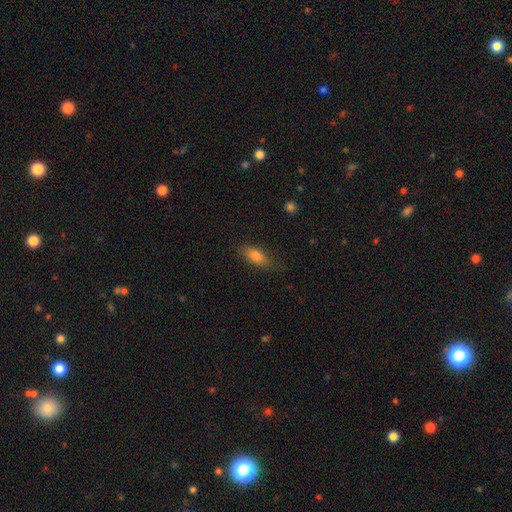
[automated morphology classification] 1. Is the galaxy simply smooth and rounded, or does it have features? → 81% smooth, 11% featured or disk, 8% star or artifact.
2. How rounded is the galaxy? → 80% in between, 17% cigar-shaped, 3% round.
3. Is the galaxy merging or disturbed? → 79% none, 16% minor disturbance, 4% major disturbance, 1% merger.